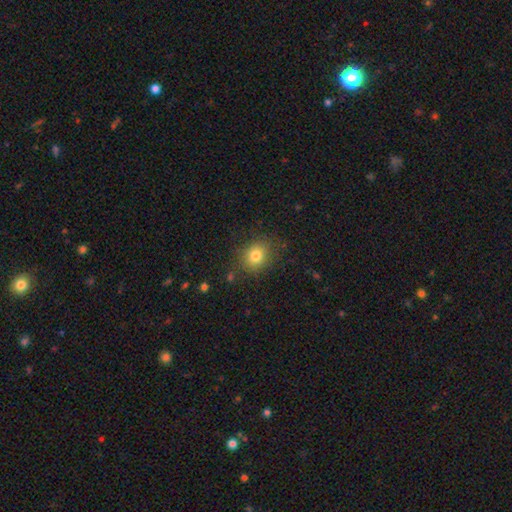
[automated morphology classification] Q: Smooth or featured?
A: smooth (80%); runner-up: star or artifact (12%)
Q: How rounded?
A: round (69%); runner-up: in between (30%)
Q: Merging?
A: none (83%); runner-up: minor disturbance (11%)